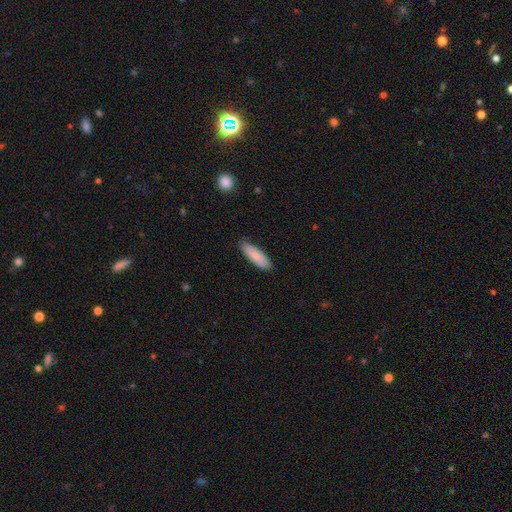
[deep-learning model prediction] smooth_or_featured: smooth (p=0.83) [alt: featured or disk p=0.12]
how_rounded: in between (p=0.53) [alt: cigar-shaped p=0.46]
merging: none (p=0.85) [alt: minor disturbance p=0.12]